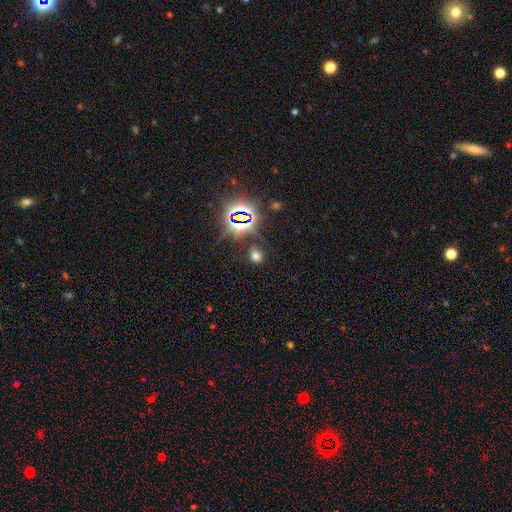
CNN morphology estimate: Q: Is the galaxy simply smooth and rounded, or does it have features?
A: smooth — 56%.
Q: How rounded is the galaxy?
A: round — 62%.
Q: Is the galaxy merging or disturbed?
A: none — 82%.